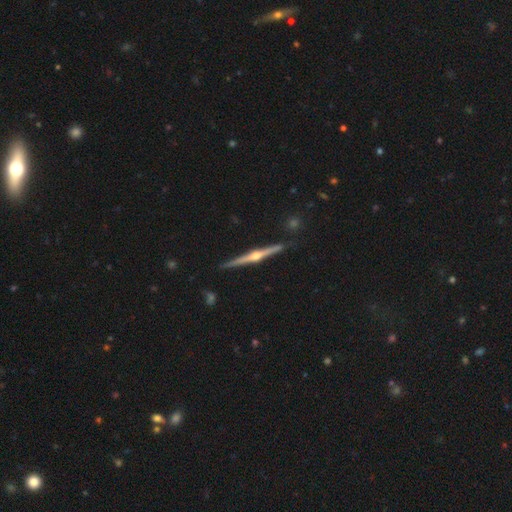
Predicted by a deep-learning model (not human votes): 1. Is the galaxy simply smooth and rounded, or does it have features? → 86% featured or disk, 9% smooth, 5% star or artifact.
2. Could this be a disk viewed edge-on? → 99% yes, 1% no.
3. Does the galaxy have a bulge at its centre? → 94% rounded, 3% boxy, 3% none.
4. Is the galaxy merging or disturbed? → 90% none, 7% minor disturbance, 2% merger, 1% major disturbance.